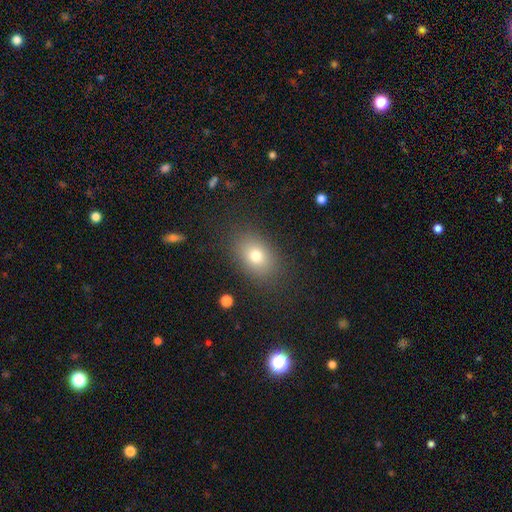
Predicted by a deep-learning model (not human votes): smooth_or_featured: smooth (p=0.75) [alt: featured or disk p=0.13]
how_rounded: in between (p=0.75) [alt: round p=0.24]
merging: none (p=0.84) [alt: minor disturbance p=0.10]